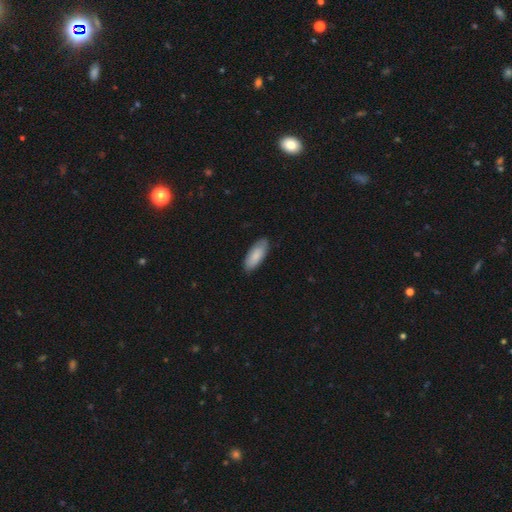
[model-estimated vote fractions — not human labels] smooth-or-featured: smooth: 82% | featured or disk: 12% | star or artifact: 5%
  how-rounded: in between: 81% | cigar-shaped: 18% | round: 2%
  merging: none: 83% | minor disturbance: 14% | major disturbance: 2% | merger: 1%